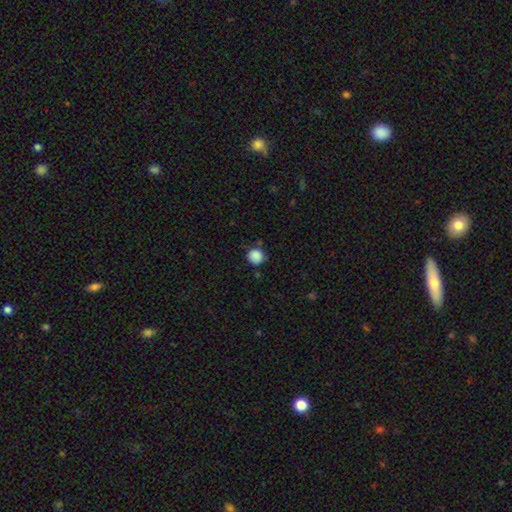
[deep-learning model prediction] Q: Smooth or featured?
A: smooth (88%); runner-up: star or artifact (9%)
Q: How rounded?
A: round (88%); runner-up: in between (11%)
Q: Merging?
A: none (77%); runner-up: minor disturbance (16%)